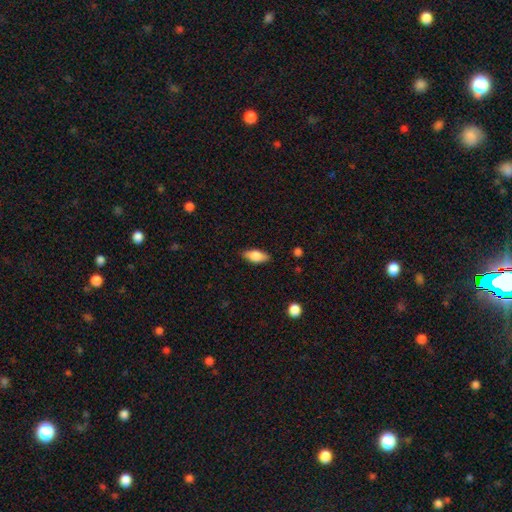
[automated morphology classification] A smooth galaxy with no disk features (77%) that is in between round and cigar-shaped (84%). Merging: none (85%).